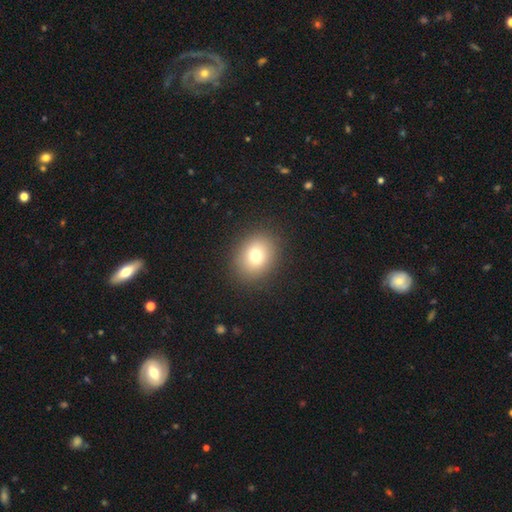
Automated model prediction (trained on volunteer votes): A smooth galaxy with no disk features (75%) that is round (61%). Merging: none (89%).